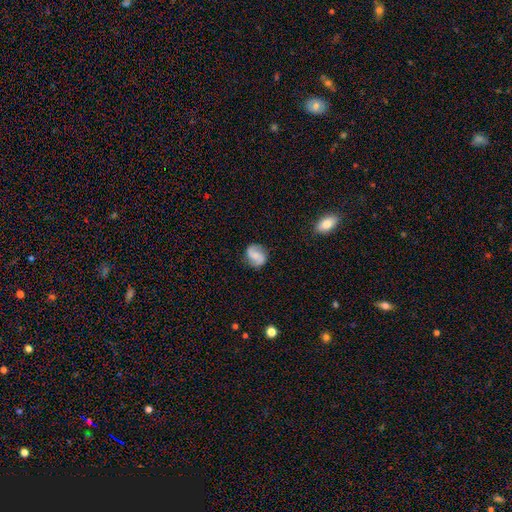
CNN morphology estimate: Smooth or featured: featured or disk — 64% (smooth — 28%)
Edge-on disk: no — 98% (yes — 2%)
Bar: weak — 42% (no — 41%)
Spiral arms: yes — 94% (no — 6%)
Spiral winding: loose — 41% (tied with medium — 41%)
Spiral arm count: 2 — 91% (can't tell — 3%)
Bulge size: none — 41% (small — 30%)
Merging: none — 82% (minor disturbance — 13%)